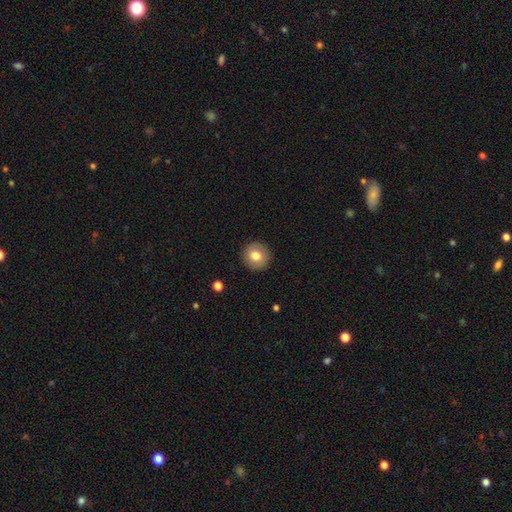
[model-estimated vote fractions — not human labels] smooth_or_featured: smooth (p=0.77) [alt: featured or disk p=0.15]
how_rounded: round (p=0.91) [alt: in between p=0.08]
merging: none (p=0.91) [alt: minor disturbance p=0.06]